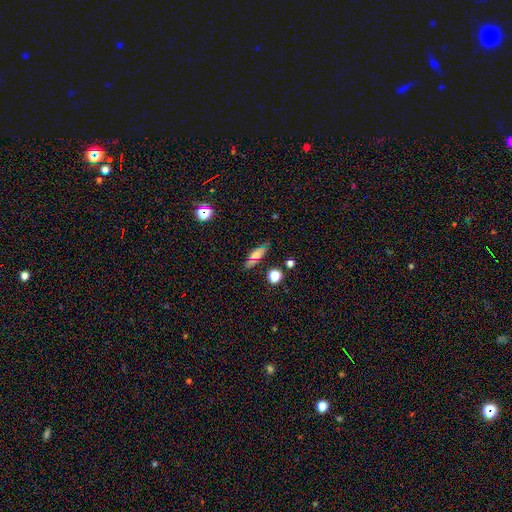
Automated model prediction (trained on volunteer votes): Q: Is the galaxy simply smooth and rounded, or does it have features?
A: smooth — 66%.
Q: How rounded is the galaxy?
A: cigar-shaped — 48%.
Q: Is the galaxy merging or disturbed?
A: none — 78%.